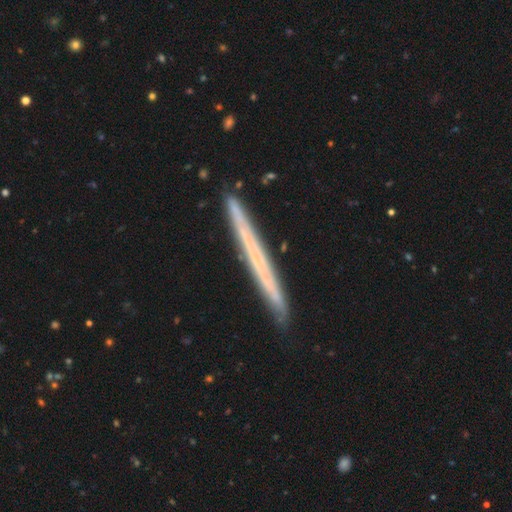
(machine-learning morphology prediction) This is possibly a featured or disk galaxy (53%). It is clearly viewed edge-on (95%). Edge-on bulge: clearly none (92%). Merging: clearly none (90%).